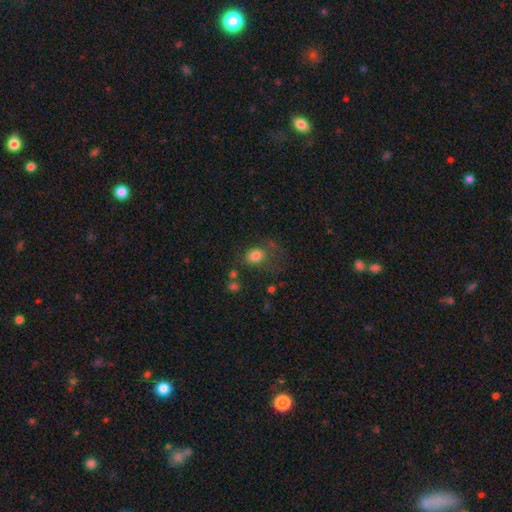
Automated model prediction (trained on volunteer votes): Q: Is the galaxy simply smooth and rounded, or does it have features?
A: smooth — 80%.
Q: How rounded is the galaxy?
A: in between — 52%.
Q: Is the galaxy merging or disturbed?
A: none — 53%.